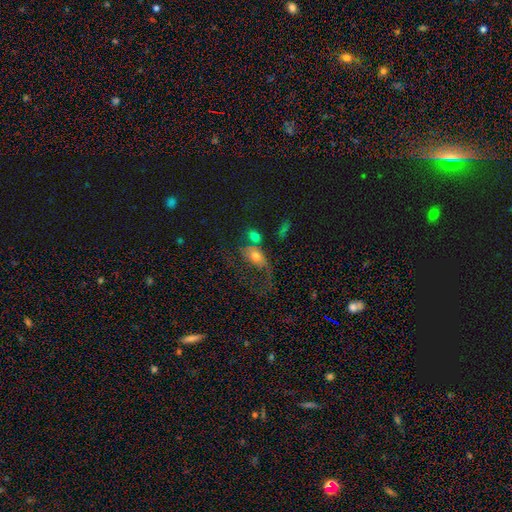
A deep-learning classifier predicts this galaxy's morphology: smooth_or_featured: featured or disk (p=0.38) [alt: smooth p=0.35]
merging: none (p=0.37) [alt: merger p=0.26]